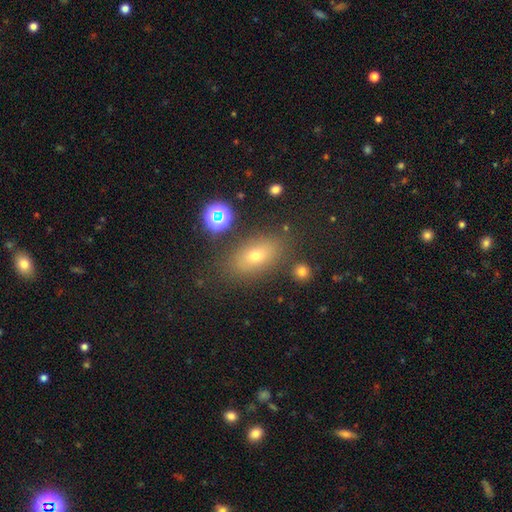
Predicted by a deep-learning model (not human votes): Smooth or featured? smooth (62%)
How rounded? in between (77%)
Merging? none (80%)